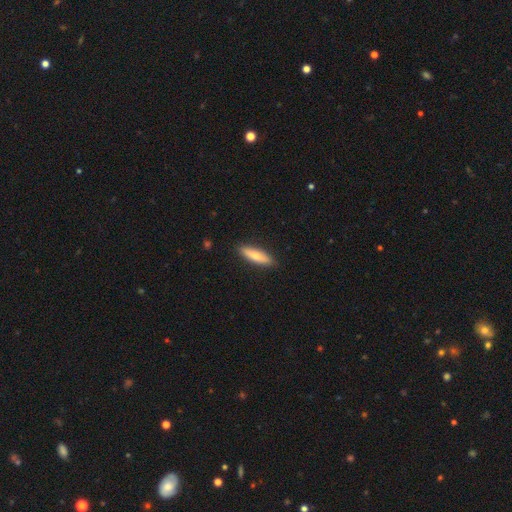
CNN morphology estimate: Smooth or featured? smooth (71%)
How rounded? cigar-shaped (60%)
Merging? none (90%)